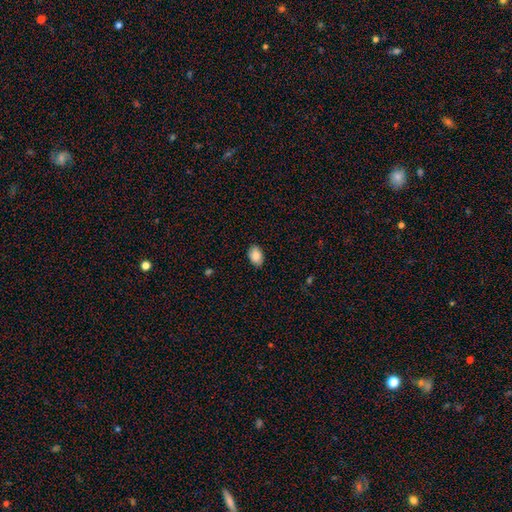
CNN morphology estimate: A smooth galaxy with no disk features (86%) that is in between round and cigar-shaped (86%).

Vote fractions:
- Smooth or featured? smooth: 86% / star or artifact: 7% / featured or disk: 7%
- How rounded? in between: 86% / round: 13% / cigar-shaped: 1%
- Merging? none: 86% / minor disturbance: 10% / major disturbance: 2% / merger: 1%